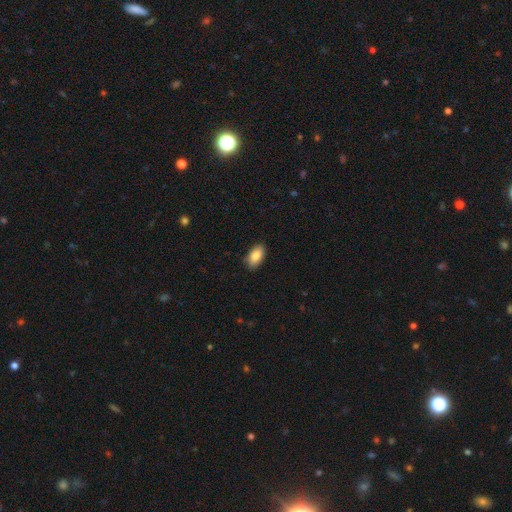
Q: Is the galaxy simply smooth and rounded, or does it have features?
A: smooth — 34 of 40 (85%).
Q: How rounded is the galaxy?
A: in between — 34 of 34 (100%).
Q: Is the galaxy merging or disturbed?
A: none — 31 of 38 (82%).